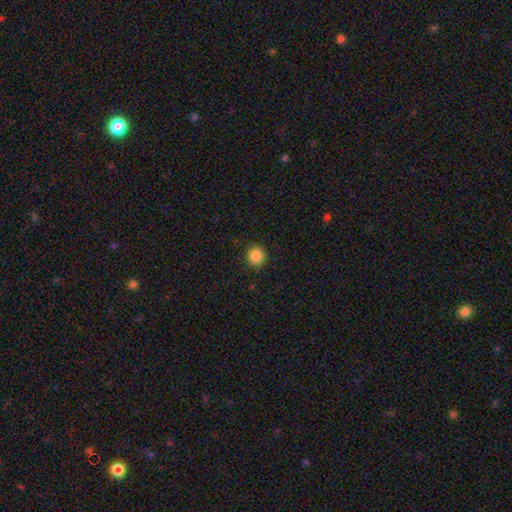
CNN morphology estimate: smooth 86%, star or artifact 10%, featured or disk 4%. Down the decision tree: how rounded — round (88%); merging — none (90%).